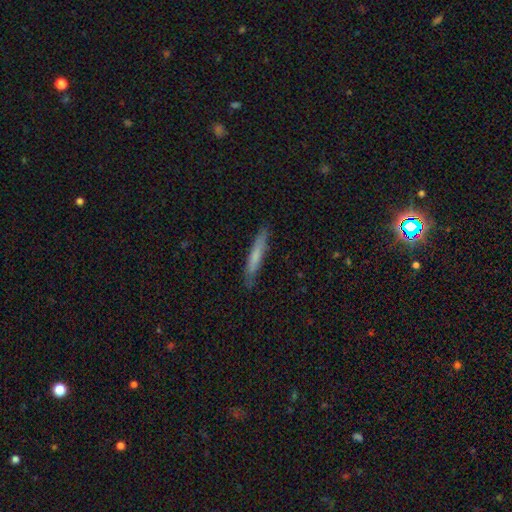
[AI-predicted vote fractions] smooth-or-featured: smooth: 64% | featured or disk: 30% | star or artifact: 6%
  how-rounded: cigar-shaped: 94% | in between: 5% | round: 1%
  merging: none: 86% | minor disturbance: 11% | major disturbance: 2% | merger: 1%